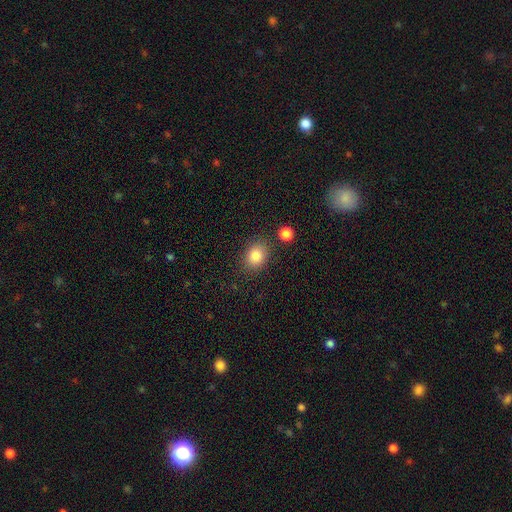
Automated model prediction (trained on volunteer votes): smooth_or_featured: smooth (p=0.85) [alt: star or artifact p=0.09]
how_rounded: in between (p=0.57) [alt: round p=0.42]
merging: none (p=0.80) [alt: minor disturbance p=0.11]